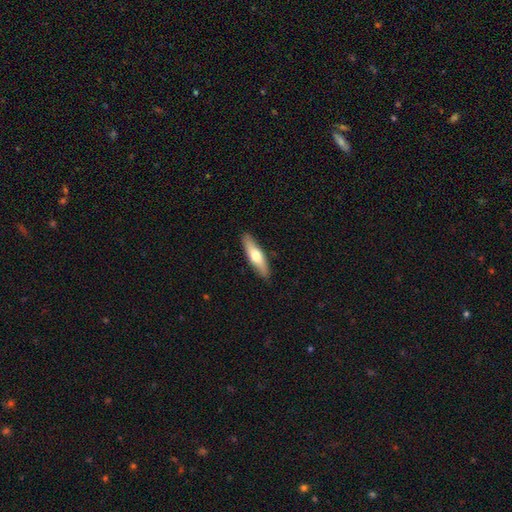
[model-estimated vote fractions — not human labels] A smooth galaxy with no disk features (59%) that is cigar-shaped (67%).

Vote fractions:
- Smooth or featured? smooth: 59% / featured or disk: 36% / star or artifact: 5%
- How rounded? cigar-shaped: 67% / in between: 31% / round: 2%
- Merging? none: 89% / minor disturbance: 9% / major disturbance: 2% / merger: 1%